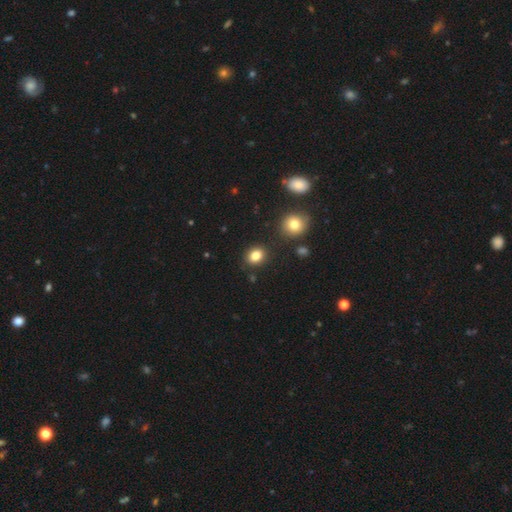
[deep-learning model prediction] smooth-or-featured: smooth: 83% | star or artifact: 11% | featured or disk: 6%
  how-rounded: round: 54% | in between: 45% | cigar-shaped: 1%
  merging: none: 86% | minor disturbance: 9% | merger: 3% | major disturbance: 2%